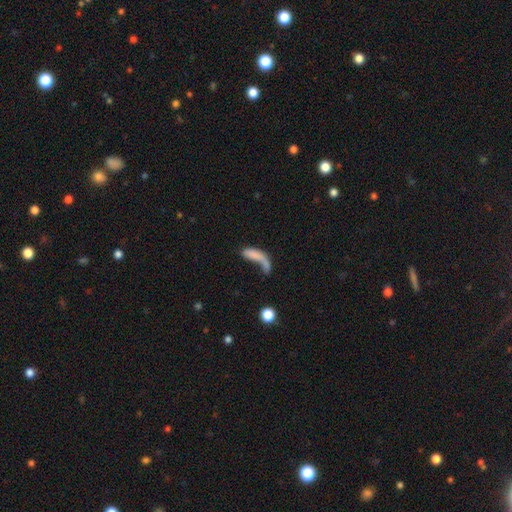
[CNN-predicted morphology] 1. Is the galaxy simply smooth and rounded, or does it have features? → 66% smooth, 25% featured or disk, 10% star or artifact.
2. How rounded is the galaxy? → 55% in between, 38% cigar-shaped, 7% round.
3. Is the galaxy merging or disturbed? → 39% major disturbance, 25% none, 22% merger, 14% minor disturbance.